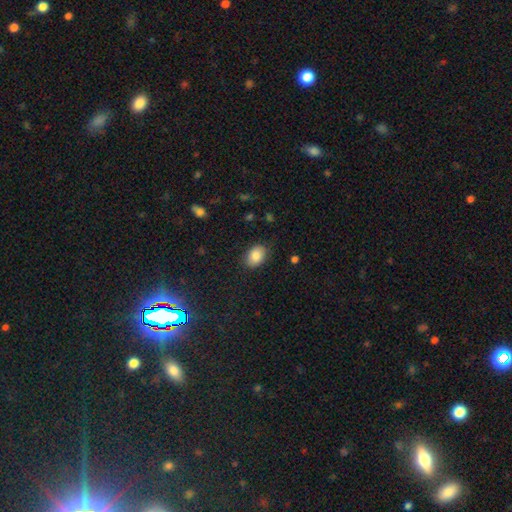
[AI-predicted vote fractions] Smooth or featured?
  - smooth: 86% *
  - star or artifact: 8%
  - featured or disk: 7%
How rounded?
  - in between: 79% *
  - round: 20%
  - cigar-shaped: 1%
Merging?
  - none: 82% *
  - minor disturbance: 14%
  - major disturbance: 3%
  - merger: 1%